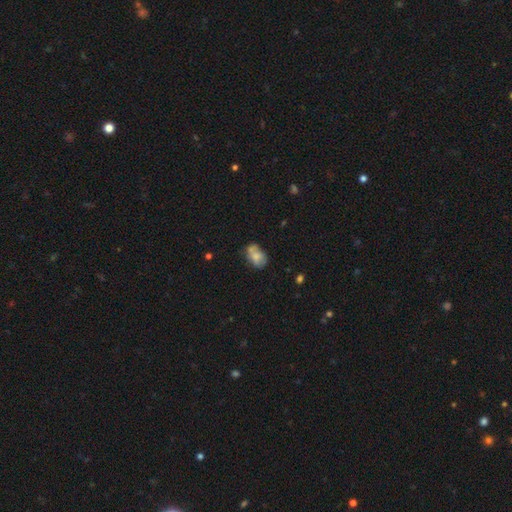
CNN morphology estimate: type=smooth (63%); roundness=in between (81%); merging=none (42%).